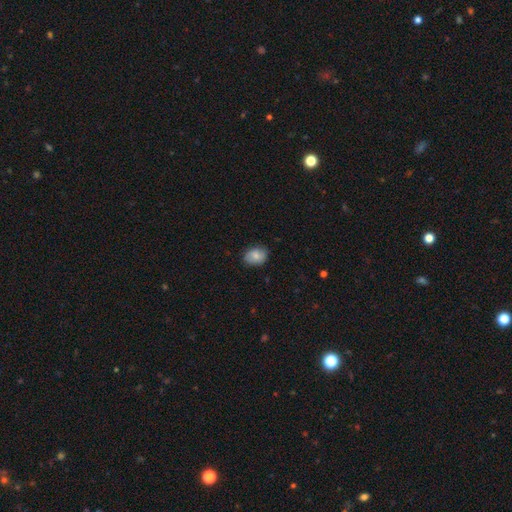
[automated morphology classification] A smooth galaxy with no disk features (80%) that is in between round and cigar-shaped (64%). Merging: none (82%).